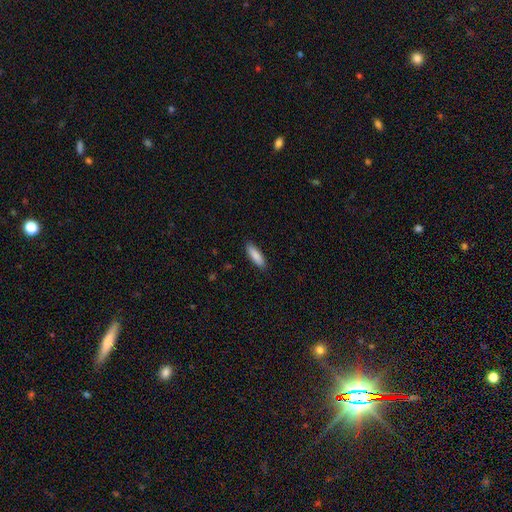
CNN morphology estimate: This appears to be a smooth galaxy with no disk features (87%) that is cigar-shaped (59%). Merging: none (89%).